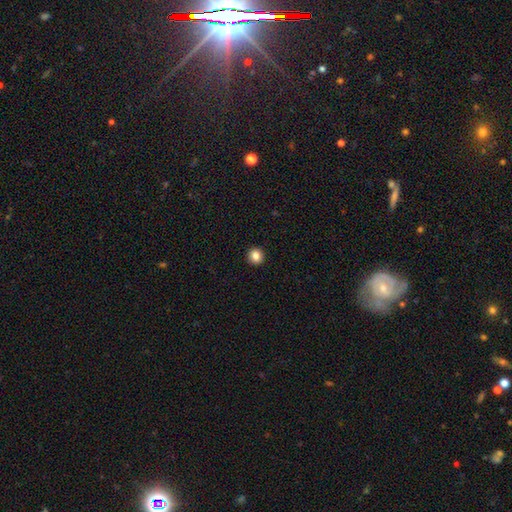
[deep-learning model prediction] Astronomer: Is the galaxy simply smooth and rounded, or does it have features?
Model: smooth — 84%.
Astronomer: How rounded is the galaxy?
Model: round — 93%.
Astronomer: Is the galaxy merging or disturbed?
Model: none — 94%.